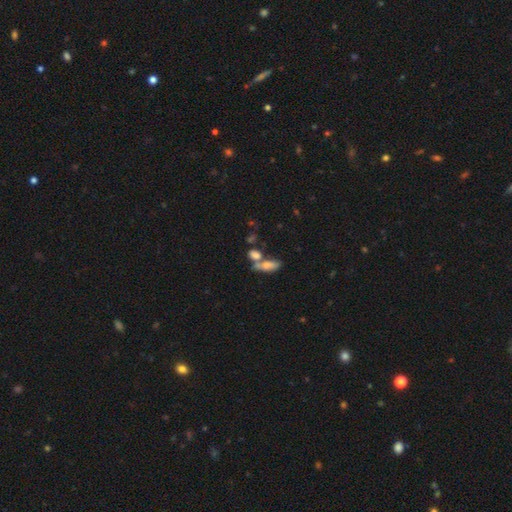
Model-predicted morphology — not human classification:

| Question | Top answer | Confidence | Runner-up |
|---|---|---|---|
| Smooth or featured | smooth | 73% | featured or disk (16%) |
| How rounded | in between | 73% | cigar-shaped (14%) |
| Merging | merger | 50% | none (34%) |